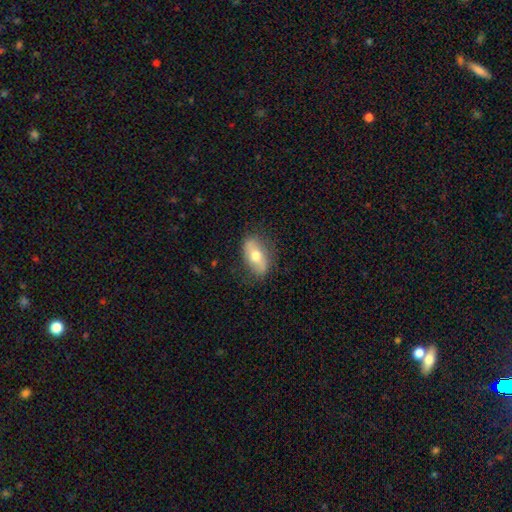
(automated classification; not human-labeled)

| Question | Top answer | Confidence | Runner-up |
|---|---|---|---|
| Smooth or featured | smooth | 56% | featured or disk (38%) |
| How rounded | in between | 88% | round (7%) |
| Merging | none | 78% | minor disturbance (16%) |